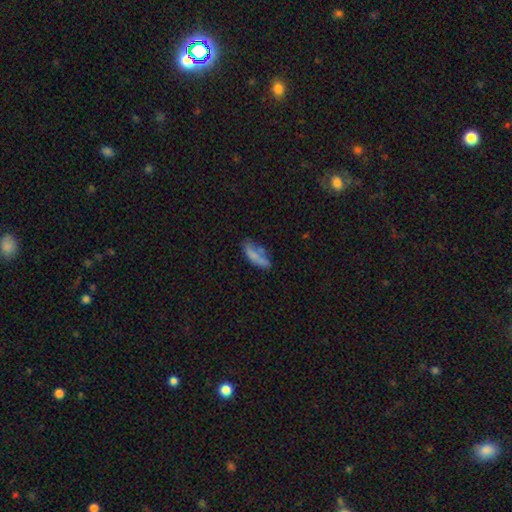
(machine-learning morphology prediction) This is likely a smooth galaxy (69%). How rounded: possibly in between (60%). Merging: marginally none (45%).